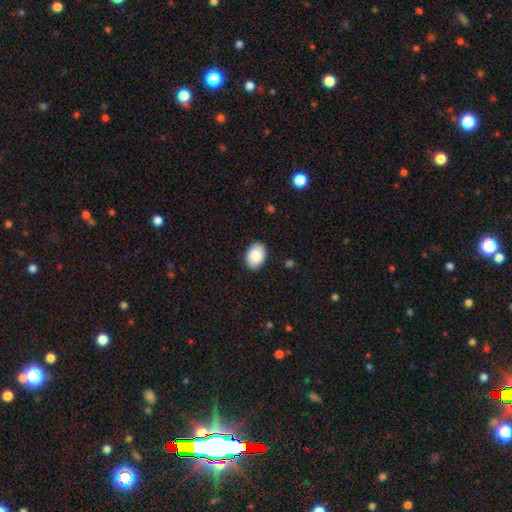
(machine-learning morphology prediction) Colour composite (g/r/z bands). It shows a smooth galaxy with no disk features (84%) that is in between round and cigar-shaped (82%). Merging: none (87%).